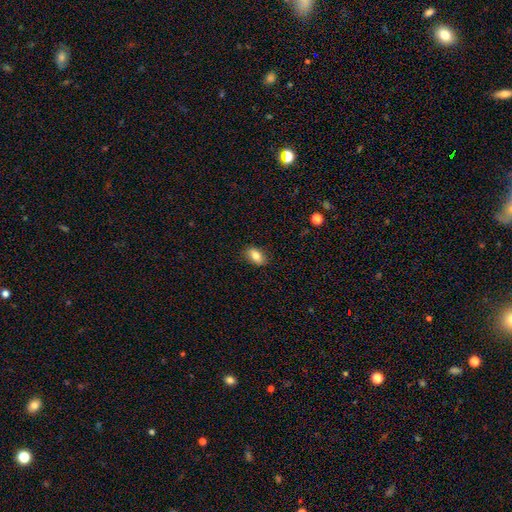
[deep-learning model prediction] smooth_or_featured: smooth (p=0.81) [alt: featured or disk p=0.11]
how_rounded: in between (p=0.87) [alt: round p=0.10]
merging: none (p=0.85) [alt: minor disturbance p=0.11]